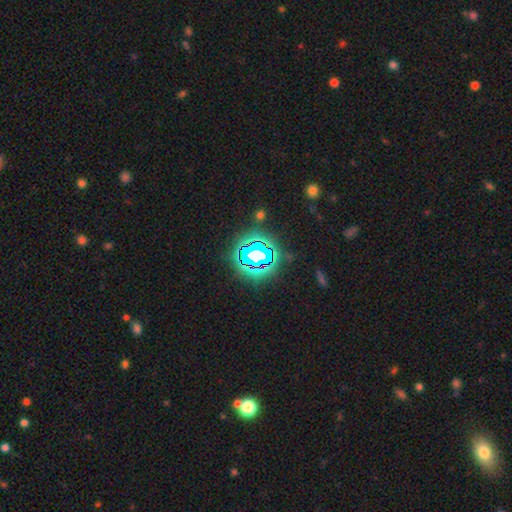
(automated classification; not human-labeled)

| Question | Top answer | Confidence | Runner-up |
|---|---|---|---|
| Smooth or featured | star or artifact | 72% | smooth (15%) |